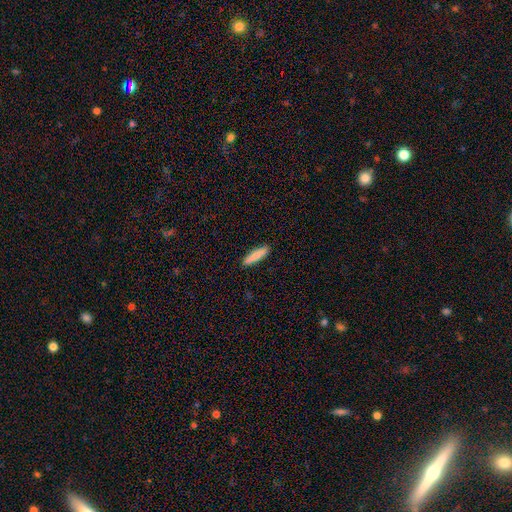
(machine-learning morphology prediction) A smooth galaxy with no disk features (84%) that is cigar-shaped (83%).

Vote fractions:
- Smooth or featured? smooth: 84% / featured or disk: 10% / star or artifact: 6%
- How rounded? cigar-shaped: 83% / in between: 15% / round: 1%
- Merging? none: 91% / minor disturbance: 7% / major disturbance: 2% / merger: 1%